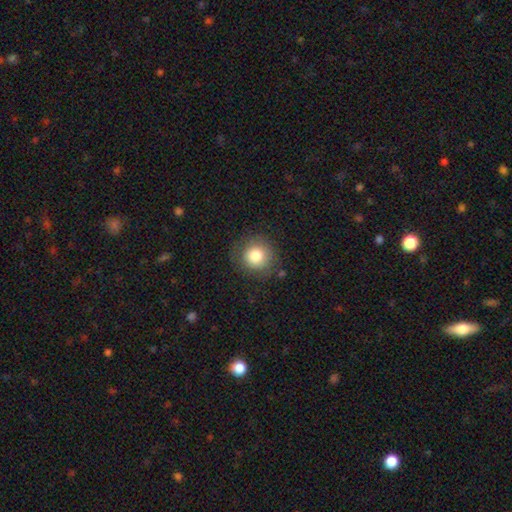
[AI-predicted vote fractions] Q: Smooth or featured?
A: smooth (81%); runner-up: star or artifact (10%)
Q: How rounded?
A: round (92%); runner-up: in between (8%)
Q: Merging?
A: none (82%); runner-up: minor disturbance (12%)